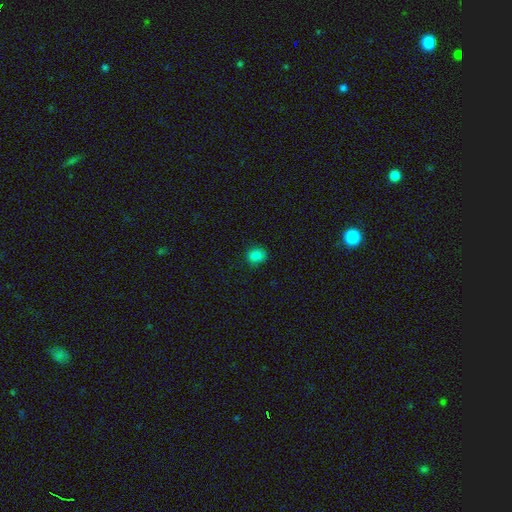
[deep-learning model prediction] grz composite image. It shows a smooth galaxy with no disk features (82%) that is round (58%). Merging: none (83%).